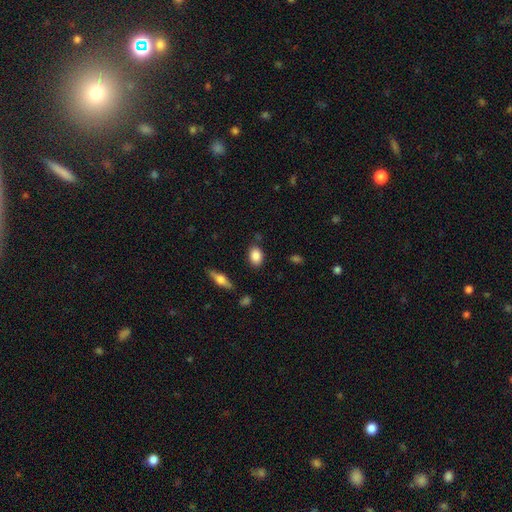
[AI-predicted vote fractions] Q: Smooth or featured?
A: smooth (85%); runner-up: featured or disk (8%)
Q: How rounded?
A: in between (79%); runner-up: round (19%)
Q: Merging?
A: none (82%); runner-up: minor disturbance (12%)